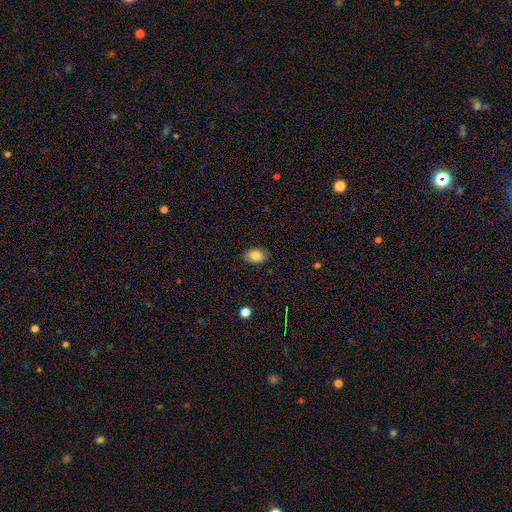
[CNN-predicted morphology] This appears to be a smooth galaxy with no disk features (79%) that is in between round and cigar-shaped (88%). Merging: none (83%).